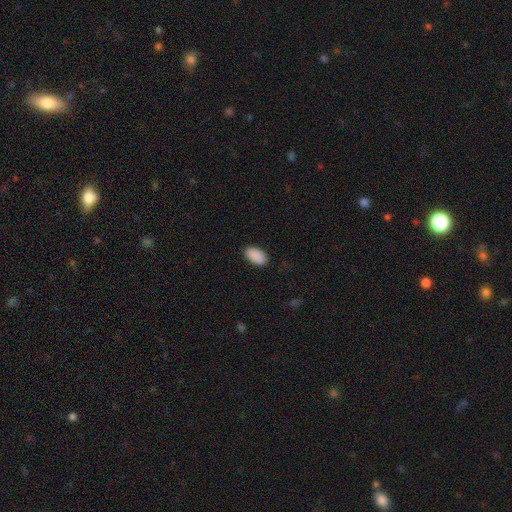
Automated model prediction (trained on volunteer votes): This appears to be a smooth galaxy with no disk features (91%) that is in between round and cigar-shaped (95%). Merging: none (87%).